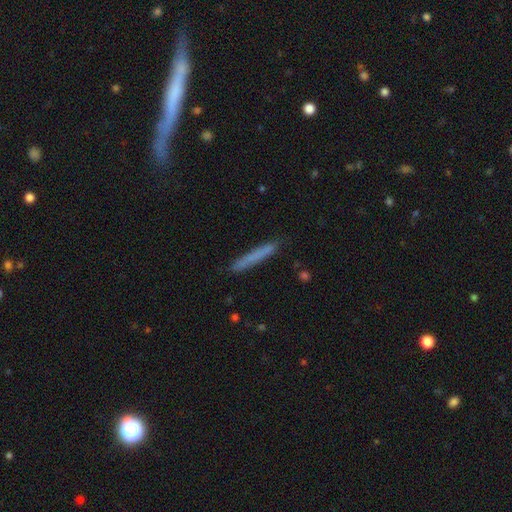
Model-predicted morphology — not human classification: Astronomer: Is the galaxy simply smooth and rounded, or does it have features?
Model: smooth — 72%.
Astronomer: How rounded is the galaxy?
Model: cigar-shaped — 96%.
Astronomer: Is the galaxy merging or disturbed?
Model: none — 88%.